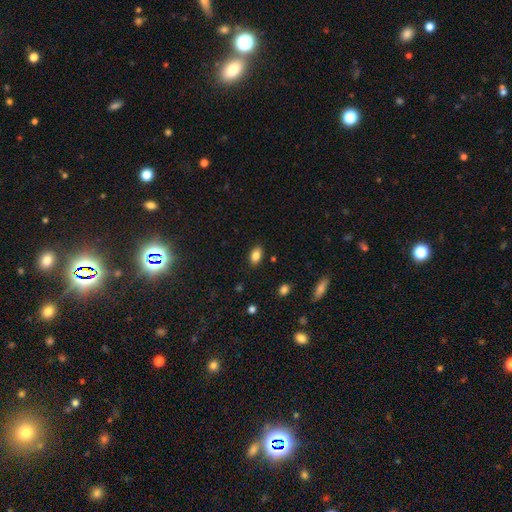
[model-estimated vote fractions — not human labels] smooth 84%, star or artifact 9%, featured or disk 7%. Down the decision tree: how rounded — in between (89%); merging — none (86%).